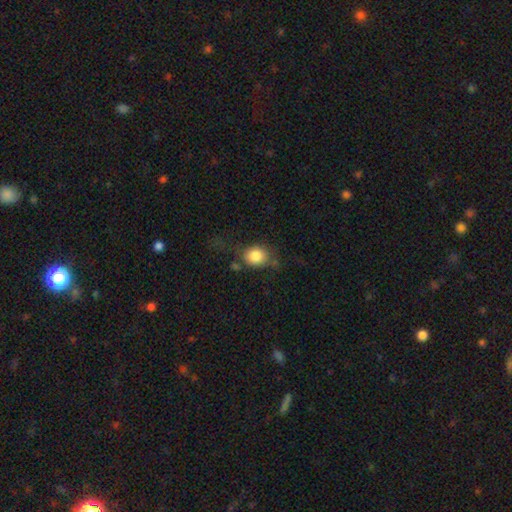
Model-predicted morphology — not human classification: Q: Smooth or featured?
A: smooth (82%); runner-up: featured or disk (9%)
Q: How rounded?
A: round (61%); runner-up: in between (38%)
Q: Merging?
A: none (56%); runner-up: minor disturbance (24%)